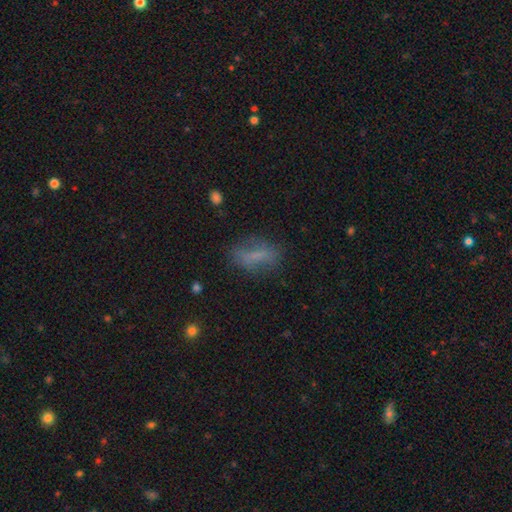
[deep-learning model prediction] The model was most divided on "smooth or featured": smooth: 61%, featured or disk: 26%, star or artifact: 13%. More confident: how rounded — in between (68%); merging — none (67%).